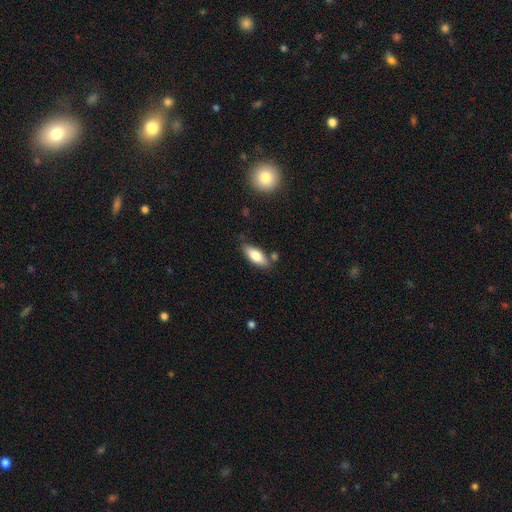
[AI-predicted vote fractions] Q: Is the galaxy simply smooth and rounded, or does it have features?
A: smooth — 76%.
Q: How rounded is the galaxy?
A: in between — 78%.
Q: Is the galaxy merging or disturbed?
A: none — 76%.